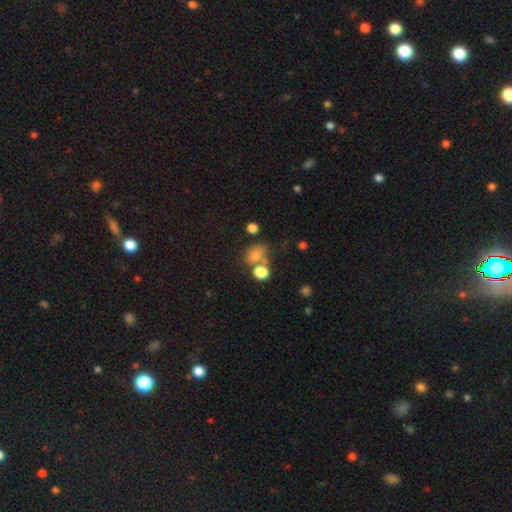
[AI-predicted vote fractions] Morphology: type=smooth (70%); roundness=in between (52%); merging=none (53%).